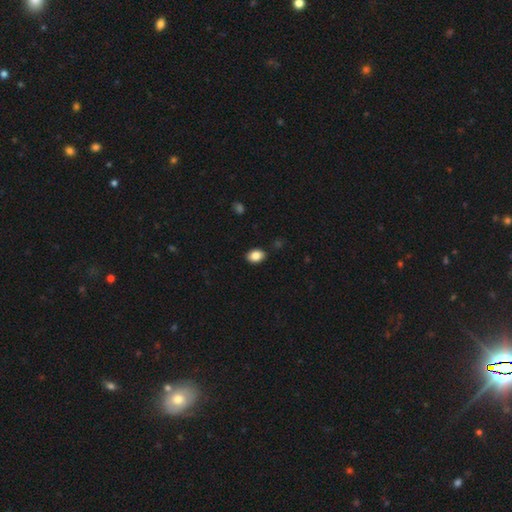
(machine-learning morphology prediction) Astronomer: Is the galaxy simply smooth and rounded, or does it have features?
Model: smooth — 86%.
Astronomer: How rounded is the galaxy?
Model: in between — 77%.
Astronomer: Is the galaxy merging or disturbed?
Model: none — 87%.